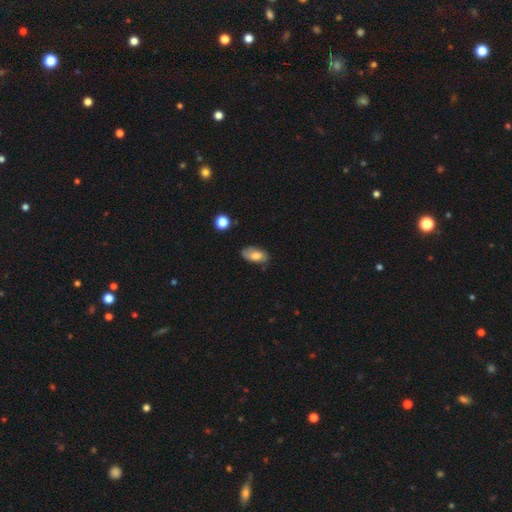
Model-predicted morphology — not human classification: This appears to be a smooth galaxy with no disk features (71%) that is in between round and cigar-shaped (92%). Merging: none (63%).